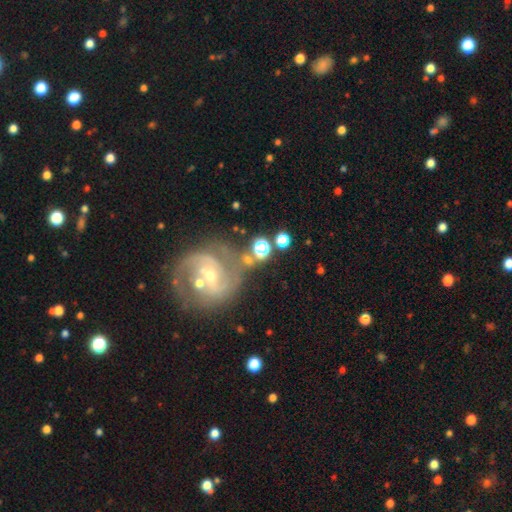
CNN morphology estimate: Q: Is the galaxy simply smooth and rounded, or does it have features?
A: featured or disk — 78%.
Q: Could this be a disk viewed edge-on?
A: no — 97%.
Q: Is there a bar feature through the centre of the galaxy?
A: weak — 43%.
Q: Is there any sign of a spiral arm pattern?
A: yes — 94%.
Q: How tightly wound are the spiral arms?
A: medium — 51%.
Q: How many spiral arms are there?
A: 2 — 80%.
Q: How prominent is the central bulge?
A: small — 55%.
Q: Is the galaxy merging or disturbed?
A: none — 53%.